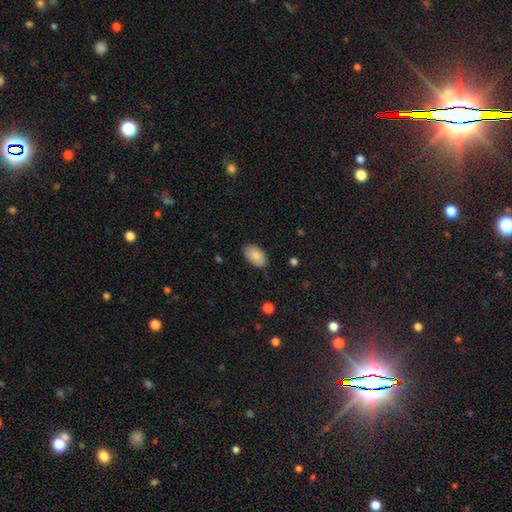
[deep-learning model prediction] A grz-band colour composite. It shows a smooth galaxy with no disk features (83%) that is in between round and cigar-shaped (93%). Merging: none (83%).